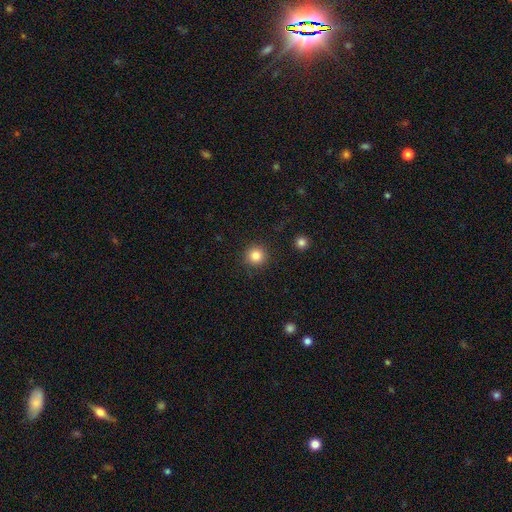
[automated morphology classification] The model was most divided on "smooth or featured": smooth: 85%, star or artifact: 11%, featured or disk: 4%. More confident: how rounded — round (95%); merging — none (90%).